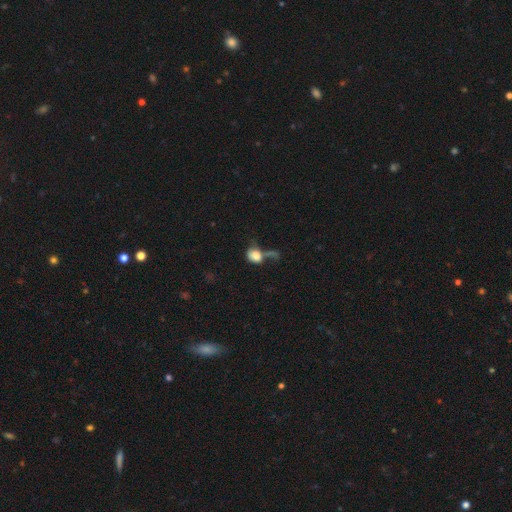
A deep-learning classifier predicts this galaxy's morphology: smooth_or_featured: smooth (p=0.70) [alt: featured or disk p=0.20]
how_rounded: round (p=0.49) [tied with: in between p=0.49]
merging: major disturbance (p=0.36) [alt: merger p=0.29]